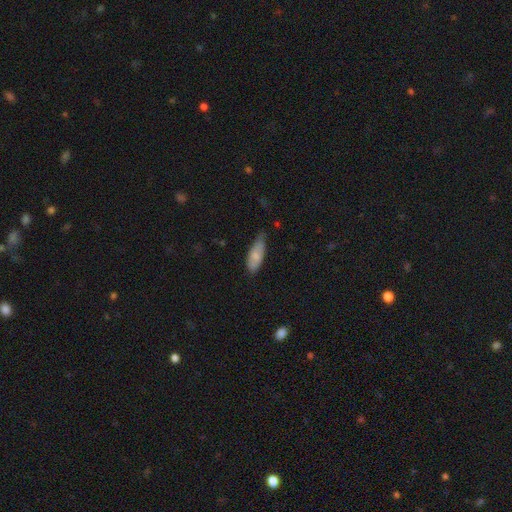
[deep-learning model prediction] Q: Smooth or featured?
A: smooth (78%); runner-up: featured or disk (16%)
Q: How rounded?
A: in between (73%); runner-up: cigar-shaped (25%)
Q: Merging?
A: none (48%); runner-up: minor disturbance (42%)